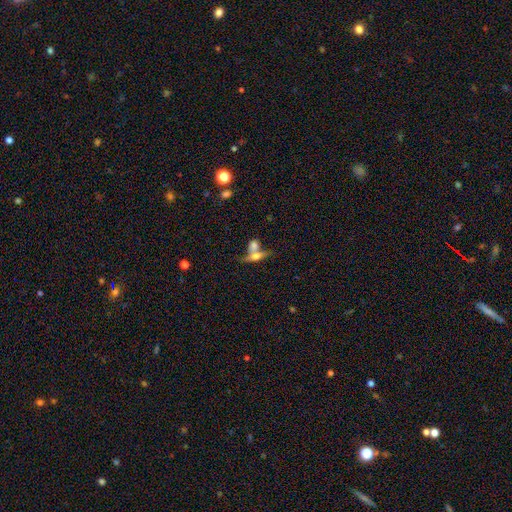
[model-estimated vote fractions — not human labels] Smooth or featured?
  - smooth: 46% *
  - featured or disk: 43%
  - star or artifact: 11%
Merging?
  - merger: 52% *
  - none: 33%
  - minor disturbance: 9%
  - major disturbance: 6%